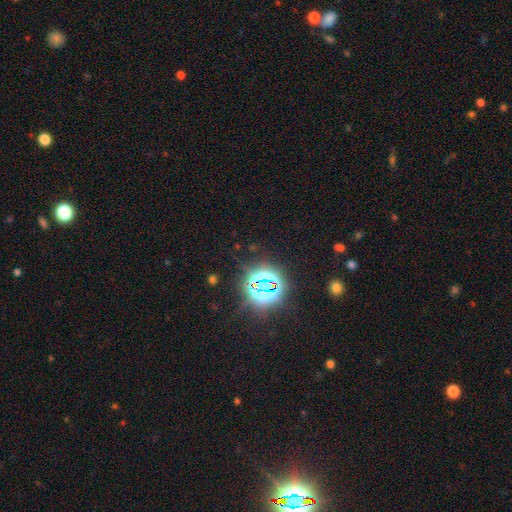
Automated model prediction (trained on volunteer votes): Morphology: type=star or artifact (82%).